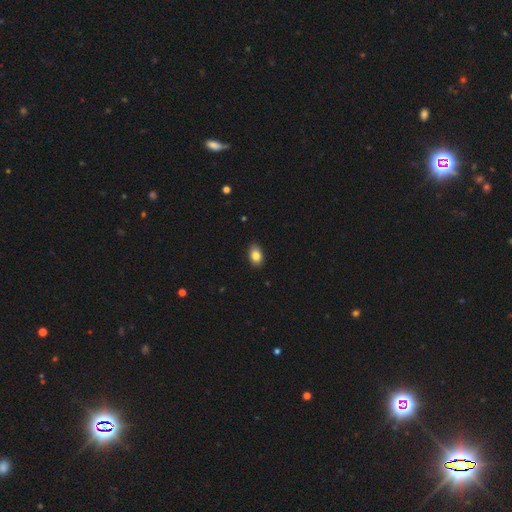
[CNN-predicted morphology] smooth_or_featured: smooth (p=0.84) [alt: star or artifact p=0.08]
how_rounded: in between (p=0.86) [alt: round p=0.12]
merging: none (p=0.87) [alt: minor disturbance p=0.10]